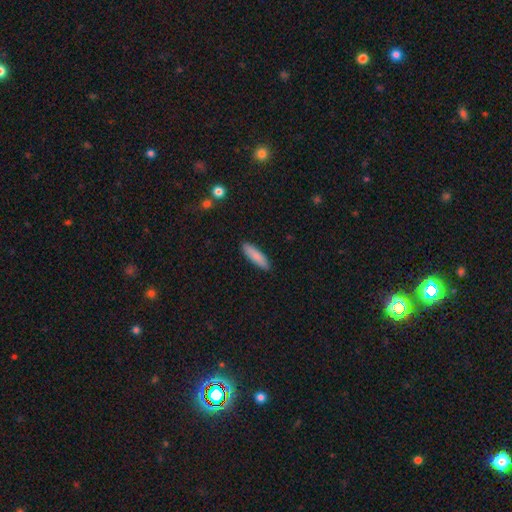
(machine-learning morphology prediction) Smooth or featured? Predicted: smooth (p=0.87). How rounded? Predicted: cigar-shaped (p=0.70). Merging? Predicted: none (p=0.90).